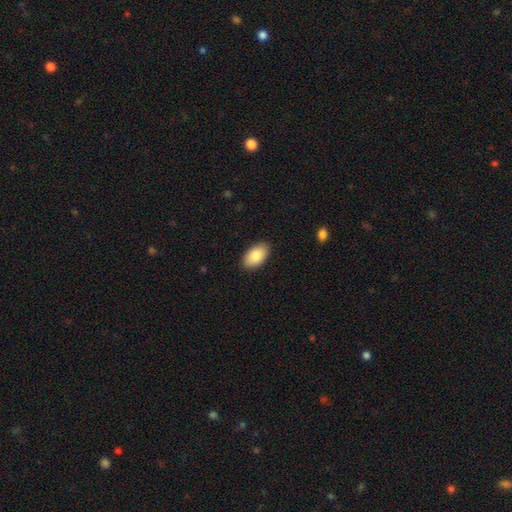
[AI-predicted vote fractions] This appears to be a smooth galaxy with no disk features (86%) that is in between round and cigar-shaped (95%). Merging: none (89%).